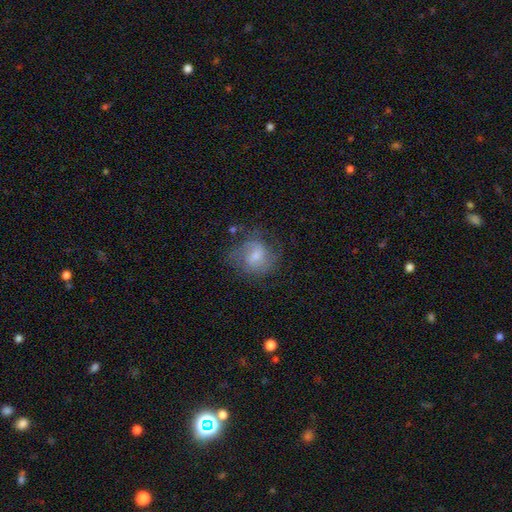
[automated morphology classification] This is possibly a featured or disk galaxy (48%). Merging: possibly none (52%).